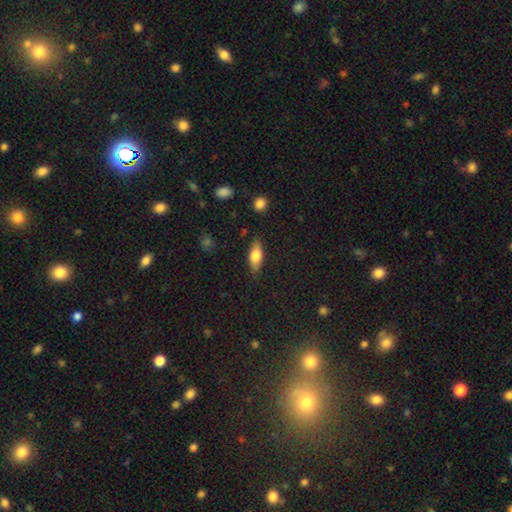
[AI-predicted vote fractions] Smooth or featured? smooth (65%)
How rounded? in between (72%)
Merging? none (82%)